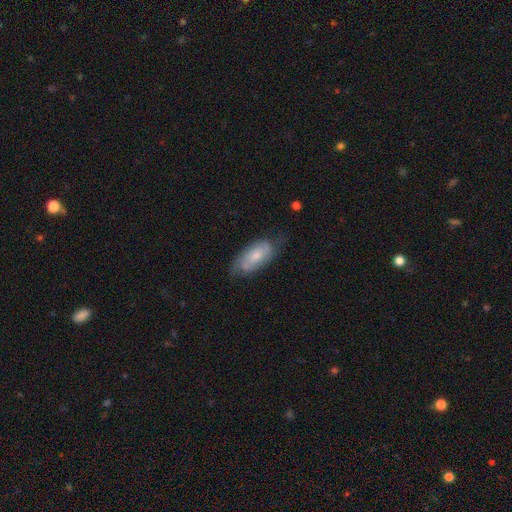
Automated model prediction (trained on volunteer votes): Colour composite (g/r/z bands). It shows a featured or disk galaxy (54%). Merging: none (64%).